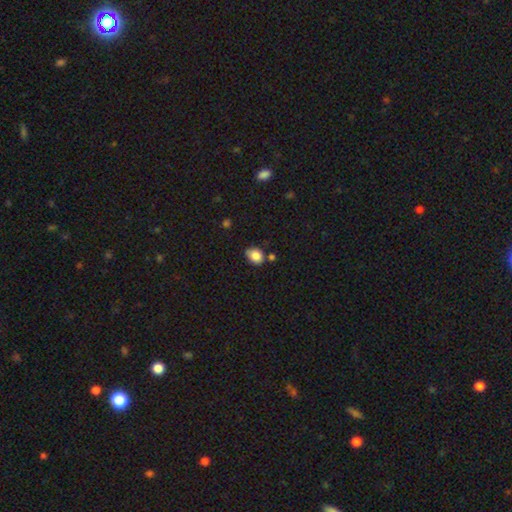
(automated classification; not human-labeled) Morphology: type=smooth (85%); roundness=in between (61%); merging=none (69%).